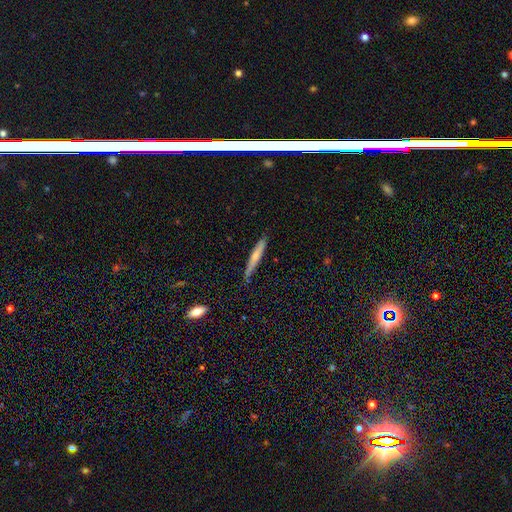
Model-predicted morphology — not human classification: Smooth or featured? smooth (59%)
How rounded? cigar-shaped (94%)
Merging? none (83%)